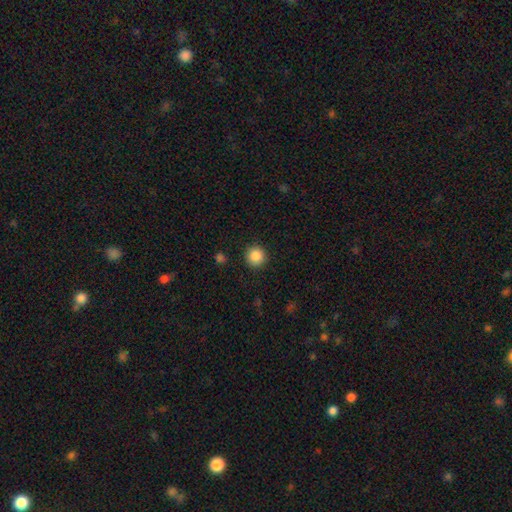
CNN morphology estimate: Smooth or featured?
  - smooth: 87% *
  - star or artifact: 9%
  - featured or disk: 3%
How rounded?
  - round: 95% *
  - in between: 4%
  - cigar-shaped: 1%
Merging?
  - none: 91% *
  - minor disturbance: 6%
  - major disturbance: 2%
  - merger: 1%